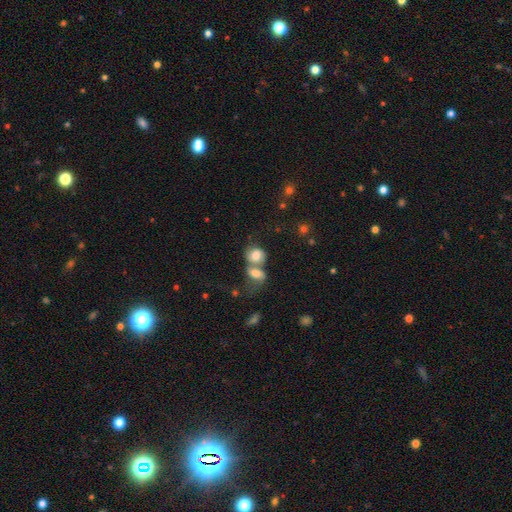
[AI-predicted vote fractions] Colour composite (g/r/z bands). It shows a smooth galaxy with no disk features (69%) that is round (58%). Merging: merger (69%).